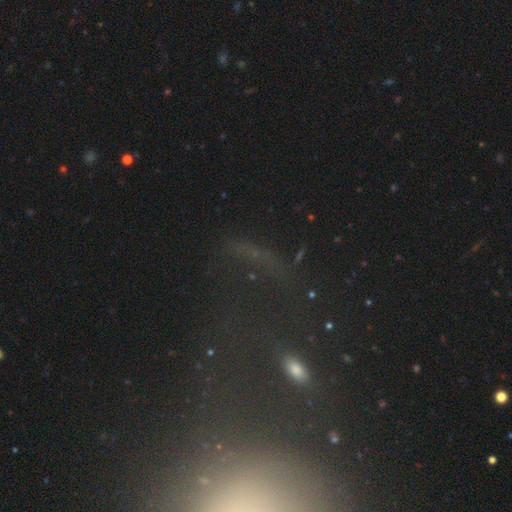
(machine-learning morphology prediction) A star or artifact, not a galaxy (55%).